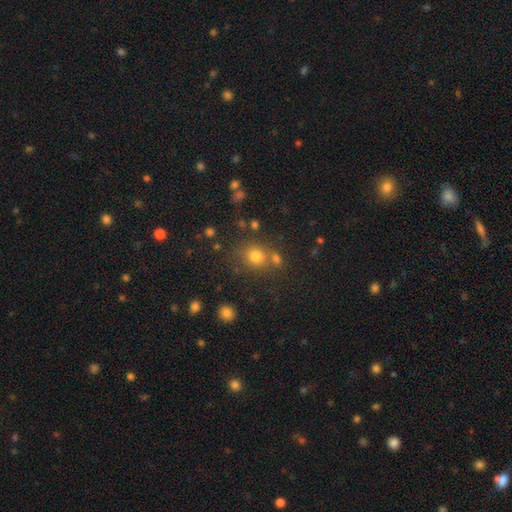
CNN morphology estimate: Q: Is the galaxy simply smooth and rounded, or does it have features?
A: smooth — 72%.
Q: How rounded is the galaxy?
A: round — 80%.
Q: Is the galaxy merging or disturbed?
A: none — 65%.